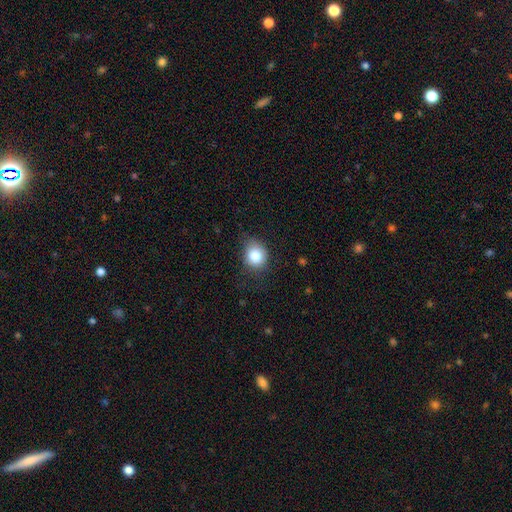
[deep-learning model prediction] This appears to be a smooth galaxy with no disk features (82%) that is round (68%). Merging: none (70%).